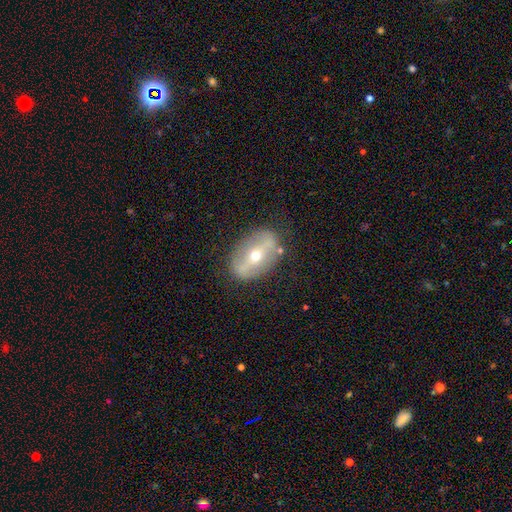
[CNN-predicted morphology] Smooth or featured? Predicted: featured or disk (p=0.71). Edge-on disk? Predicted: no (p=0.83). Bar? Predicted: strong (p=0.66). Spiral arms? Predicted: no (p=0.68). Bulge size? Predicted: moderate (p=0.62). Merging? Predicted: none (p=0.79).